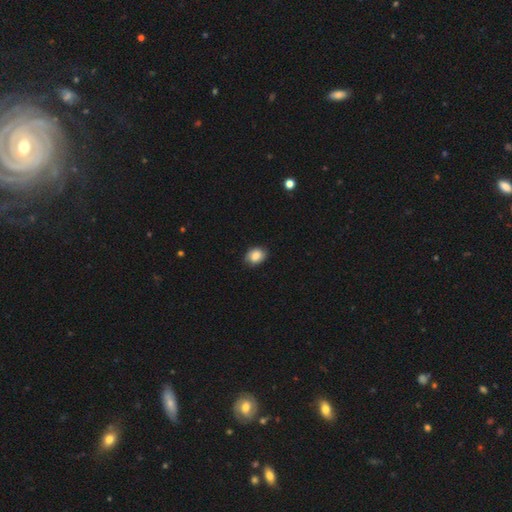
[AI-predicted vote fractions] smooth 82%, featured or disk 10%, star or artifact 8%. Down the decision tree: how rounded — in between (60%); merging — none (79%).